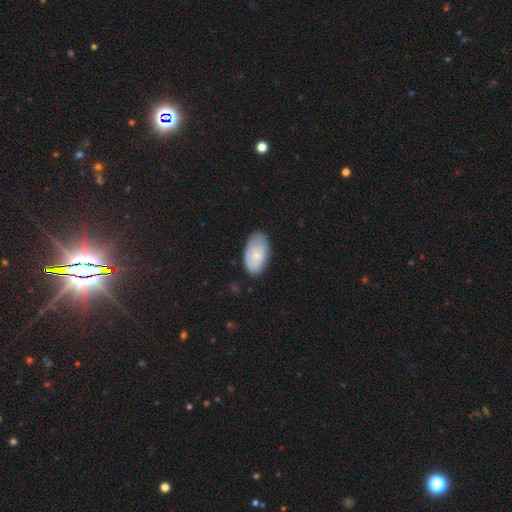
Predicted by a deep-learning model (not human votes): This is likely a smooth galaxy (72%). How rounded: clearly in between (95%). Merging: likely none (72%).